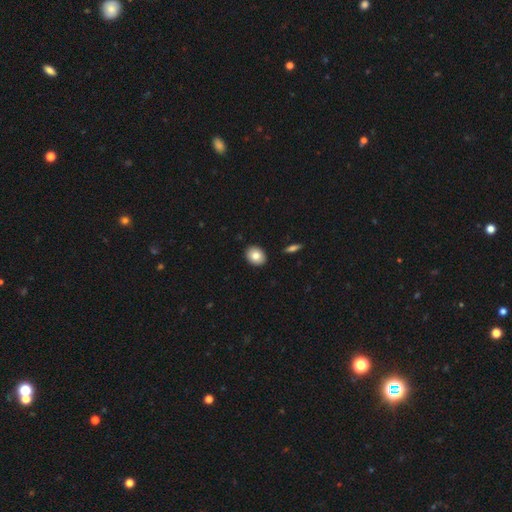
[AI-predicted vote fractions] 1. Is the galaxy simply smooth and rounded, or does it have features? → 81% smooth, 11% featured or disk, 8% star or artifact.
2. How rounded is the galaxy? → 55% in between, 44% round, 1% cigar-shaped.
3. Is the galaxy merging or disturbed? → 91% none, 6% minor disturbance, 1% major disturbance, 1% merger.